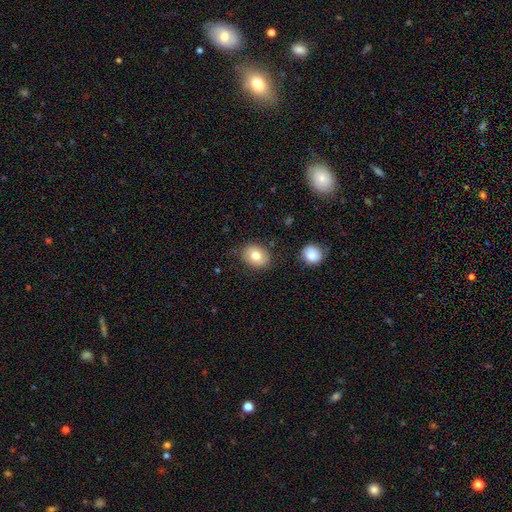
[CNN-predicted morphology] Smooth or featured? Predicted: smooth (p=0.76). How rounded? Predicted: in between (p=0.53). Merging? Predicted: none (p=0.81).